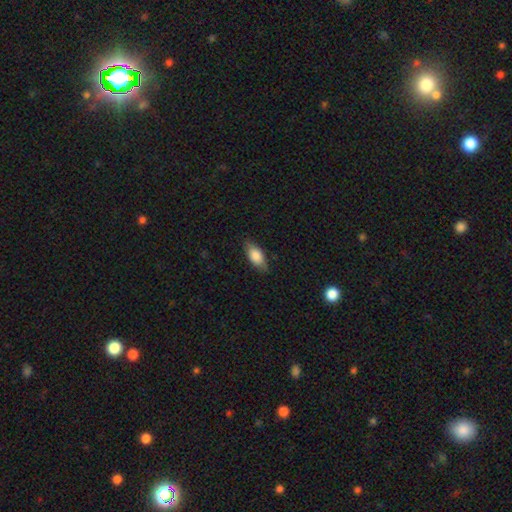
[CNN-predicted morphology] Overall: smooth (79%). How rounded: in between (85%). Merging: none (81%).